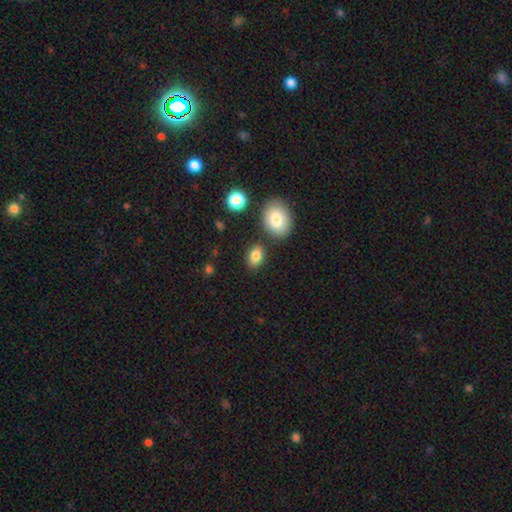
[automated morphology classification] Overall: smooth (83%). How rounded: in between (77%). Merging: none (78%).